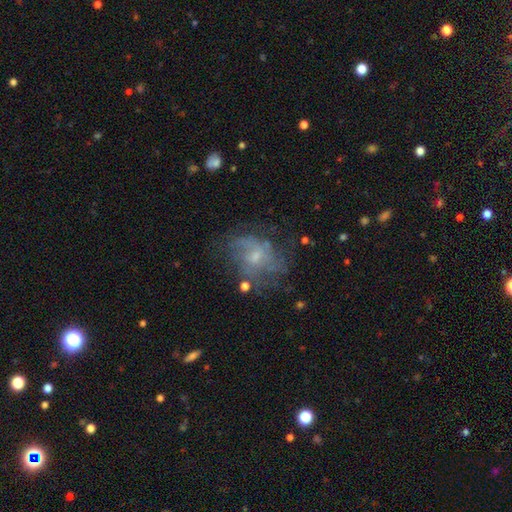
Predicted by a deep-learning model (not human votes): smooth-or-featured: featured or disk: 63% | smooth: 23% | star or artifact: 13%
  disk-edge-on: no: 97% | yes: 3%
    bar: no: 63% | weak: 33% | strong: 4%
    has-spiral-arms: yes: 71% | no: 29%
    bulge-size: small: 56% | moderate: 29% | none: 11% | large: 2% | dominant: 1%
  merging: none: 55% | minor disturbance: 21% | major disturbance: 21% | merger: 4%